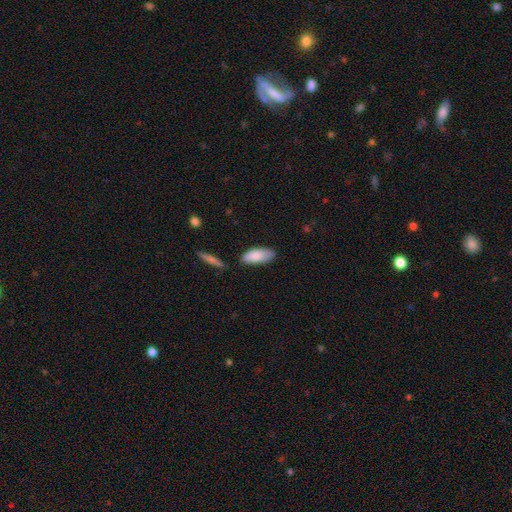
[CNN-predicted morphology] A smooth galaxy with no disk features (85%) that is in between round and cigar-shaped (82%). Merging: none (69%).